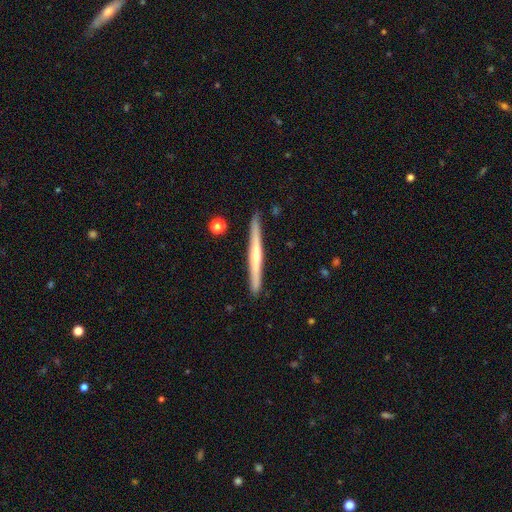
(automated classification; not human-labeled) smooth_or_featured: featured or disk (p=0.57) [alt: smooth p=0.38]
disk_edge_on: yes (p=0.97) [alt: no p=0.03]
edge_on_bulge: none (p=0.48) [alt: rounded p=0.45]
merging: none (p=0.90) [alt: minor disturbance p=0.08]